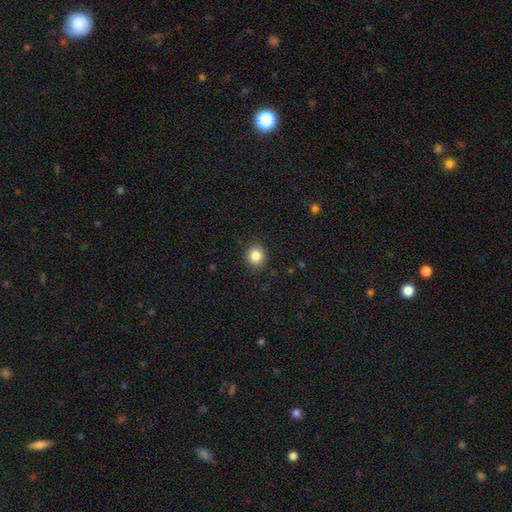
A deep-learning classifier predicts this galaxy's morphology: smooth 84%, star or artifact 11%, featured or disk 5%. Down the decision tree: how rounded — round (89%); merging — none (91%).